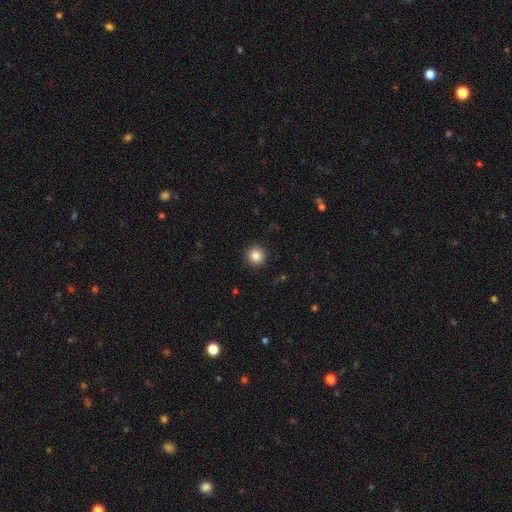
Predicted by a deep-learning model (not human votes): Smooth or featured?
  - smooth: 84% *
  - star or artifact: 10%
  - featured or disk: 6%
How rounded?
  - round: 95% *
  - in between: 4%
  - cigar-shaped: 1%
Merging?
  - none: 91% *
  - minor disturbance: 6%
  - major disturbance: 2%
  - merger: 1%